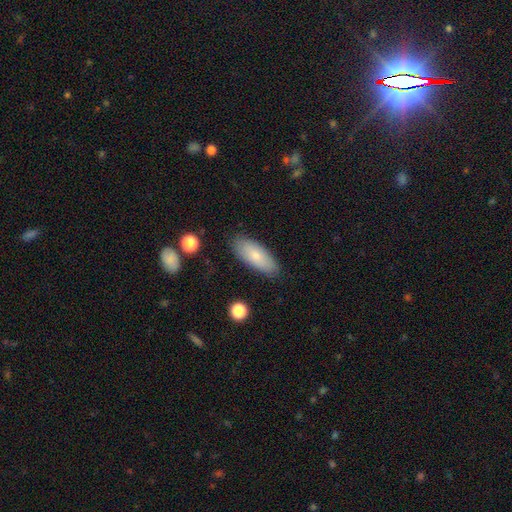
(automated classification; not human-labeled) Overall: smooth (75%). How rounded: in between (78%). Merging: none (84%).